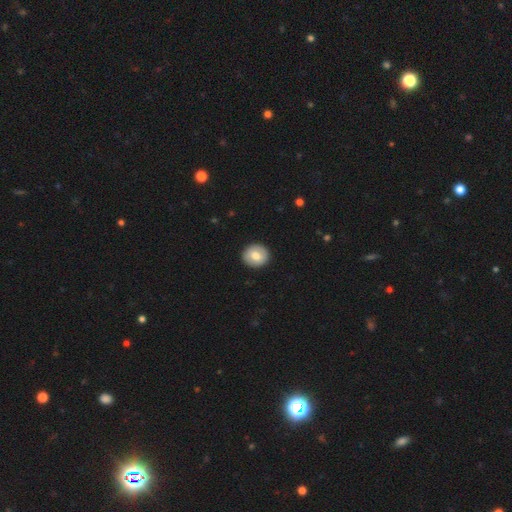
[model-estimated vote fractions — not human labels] This appears to be a smooth galaxy with no disk features (72%) that is round (85%). Merging: none (92%).